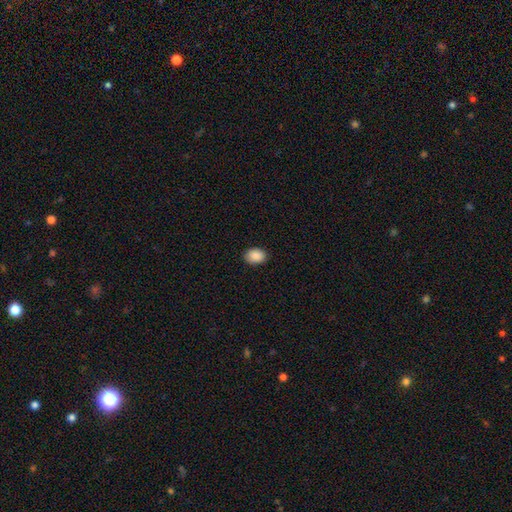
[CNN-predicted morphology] type=smooth (90%); roundness=in between (72%); merging=none (88%).